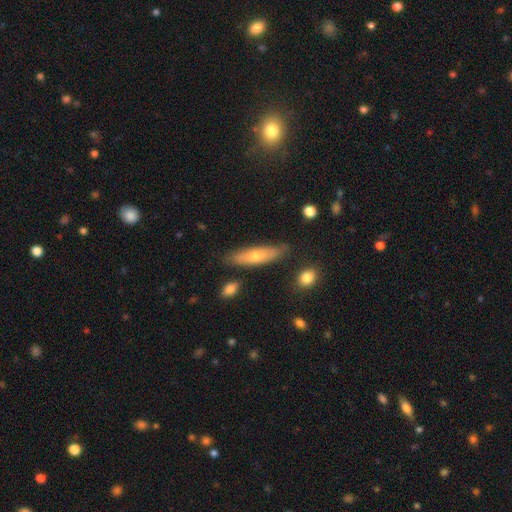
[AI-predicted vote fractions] smooth 56%, featured or disk 37%, star or artifact 7%. Down the decision tree: how rounded — cigar-shaped (64%); merging — none (78%).